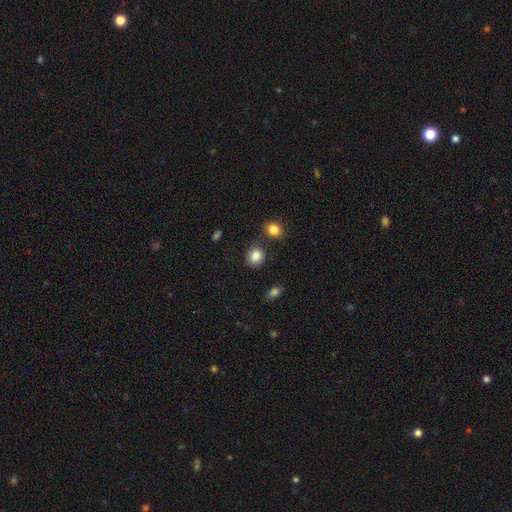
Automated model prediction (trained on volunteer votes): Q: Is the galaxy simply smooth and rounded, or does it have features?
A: smooth — 86%.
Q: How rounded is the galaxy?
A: round — 78%.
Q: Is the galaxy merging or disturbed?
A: none — 81%.